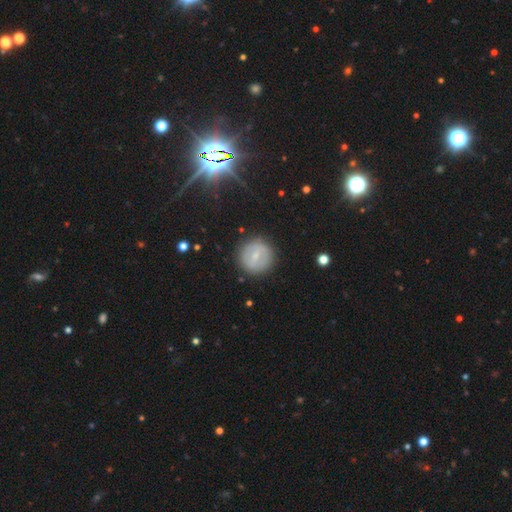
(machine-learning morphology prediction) A smooth galaxy with no disk features (48%). Merging: none (86%).